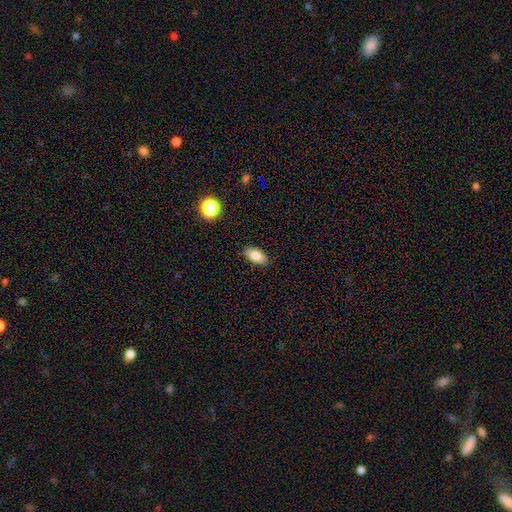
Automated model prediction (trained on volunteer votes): smooth_or_featured: smooth (p=0.81) [alt: featured or disk p=0.11]
how_rounded: in between (p=0.89) [alt: cigar-shaped p=0.07]
merging: none (p=0.88) [alt: minor disturbance p=0.09]